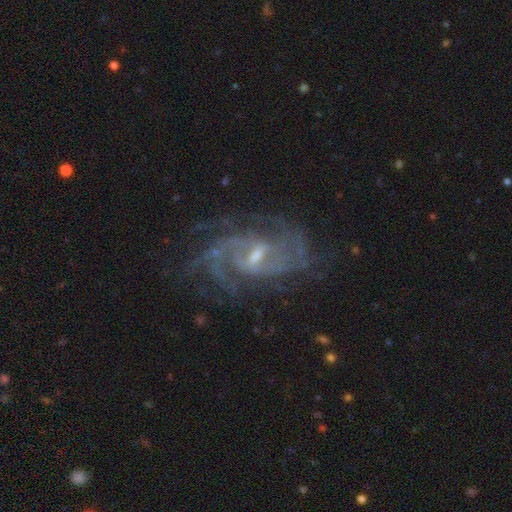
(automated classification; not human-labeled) Smooth or featured? featured or disk (88%)
Edge-on disk? no (97%)
Bar? weak (57%)
Spiral arms? yes (97%)
Spiral winding? medium (45%)
Spiral arm count? 2 (30%)
Bulge size? small (57%)
Merging? none (74%)